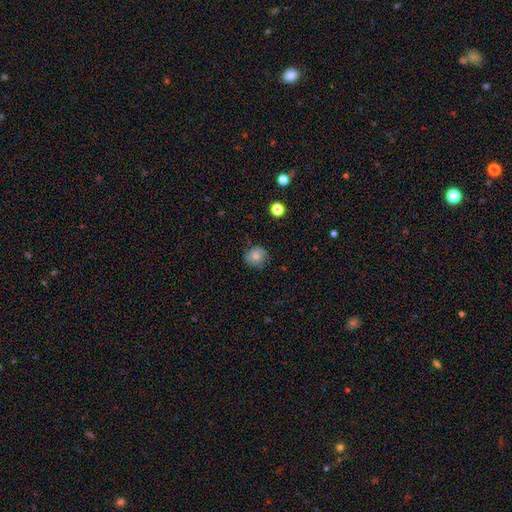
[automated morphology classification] A smooth galaxy with no disk features (74%) that is round (86%).

Vote fractions:
- Smooth or featured? smooth: 74% / featured or disk: 16% / star or artifact: 10%
- How rounded? round: 86% / in between: 13% / cigar-shaped: 1%
- Merging? none: 74% / minor disturbance: 20% / major disturbance: 5% / merger: 1%